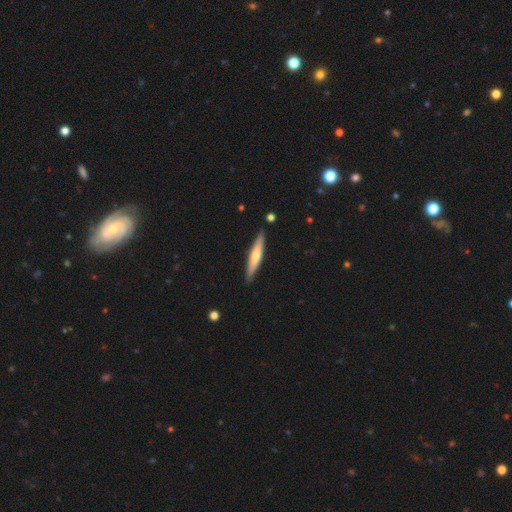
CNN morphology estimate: smooth_or_featured: smooth (p=0.49) [alt: featured or disk p=0.46]
merging: none (p=0.88) [alt: minor disturbance p=0.09]